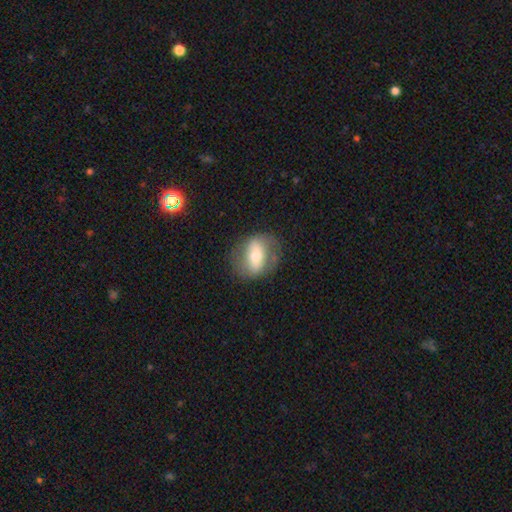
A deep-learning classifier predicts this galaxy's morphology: smooth_or_featured: featured or disk (p=0.47) [alt: smooth p=0.45]
merging: none (p=0.72) [alt: minor disturbance p=0.17]